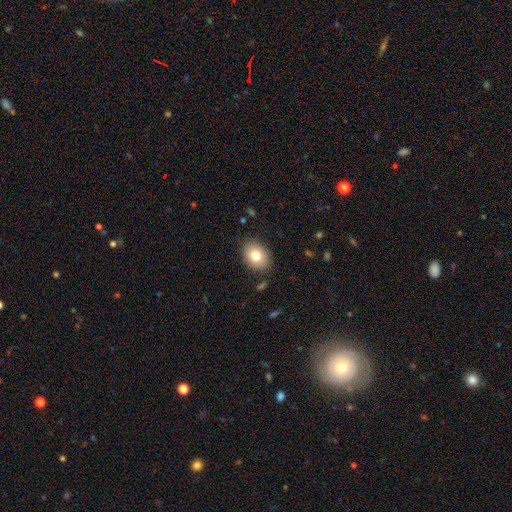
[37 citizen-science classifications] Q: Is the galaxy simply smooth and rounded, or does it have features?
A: smooth — 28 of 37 (76%).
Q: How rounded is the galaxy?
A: in between — 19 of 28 (68%).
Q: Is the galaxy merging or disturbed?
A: none — 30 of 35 (86%).